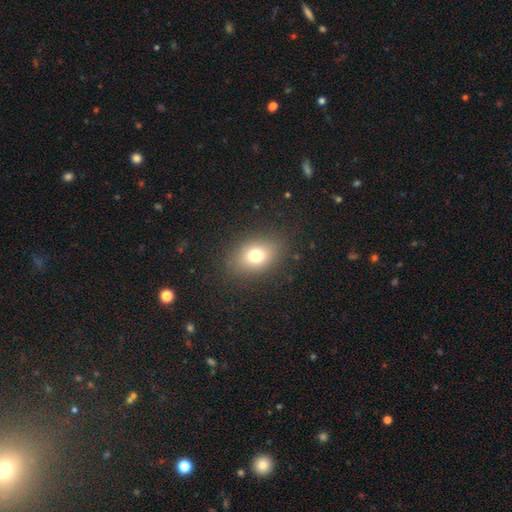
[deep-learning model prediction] This is likely a smooth galaxy (75%). How rounded: likely in between (71%). Merging: clearly none (85%).